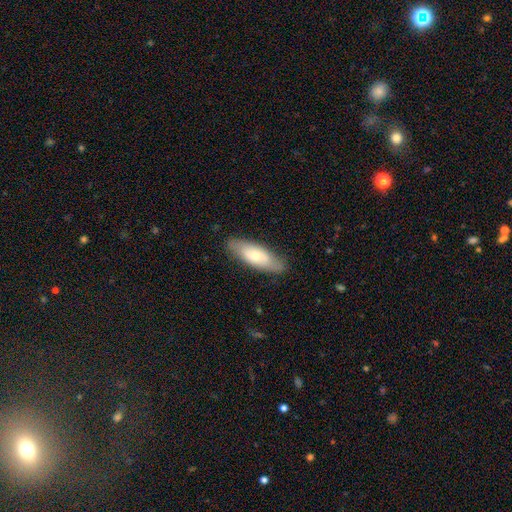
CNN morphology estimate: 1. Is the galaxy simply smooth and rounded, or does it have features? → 64% smooth, 30% featured or disk, 6% star or artifact.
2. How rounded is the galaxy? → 64% in between, 34% cigar-shaped, 2% round.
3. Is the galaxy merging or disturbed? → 82% none, 14% minor disturbance, 3% major disturbance, 1% merger.